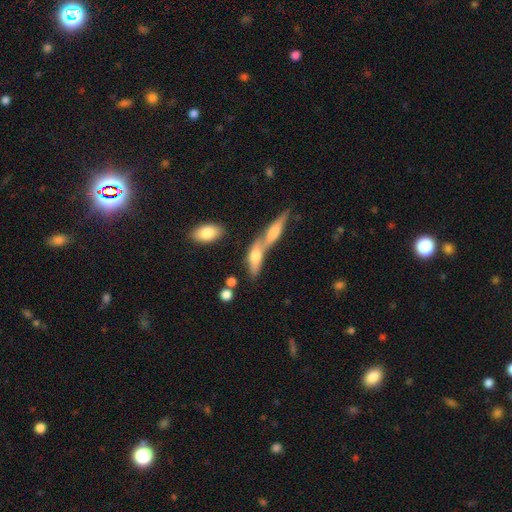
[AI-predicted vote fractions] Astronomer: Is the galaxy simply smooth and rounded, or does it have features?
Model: smooth — 55% (runner-up: featured or disk, 36%).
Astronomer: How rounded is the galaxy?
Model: in between — 54% (runner-up: cigar-shaped, 42%).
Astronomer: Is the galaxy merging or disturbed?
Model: merger — 52% (runner-up: none, 31%).